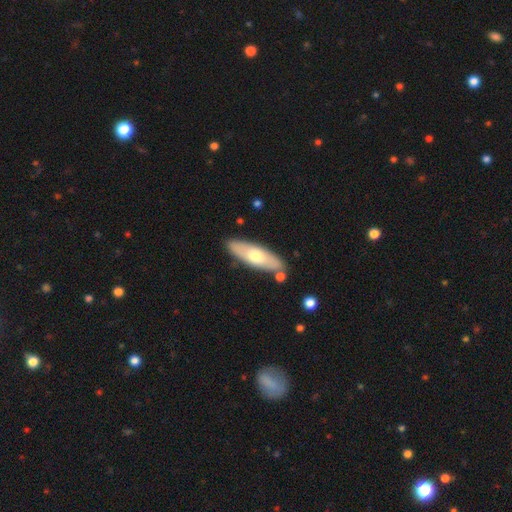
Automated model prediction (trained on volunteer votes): A smooth galaxy with no disk features (55%) that is in between round and cigar-shaped (54%). Merging: none (83%).